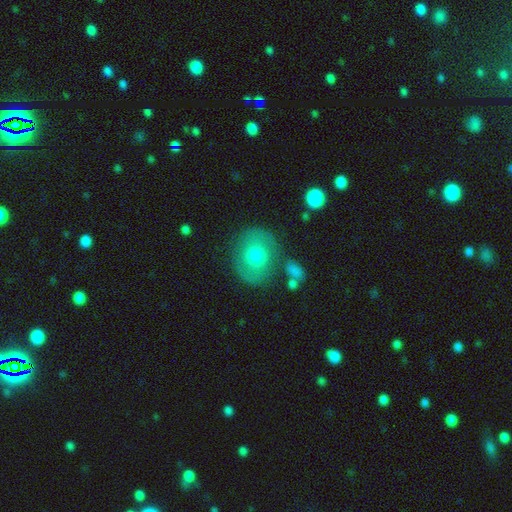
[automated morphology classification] This appears to be a smooth galaxy with no disk features (62%) that is round (63%). Merging: none (71%).